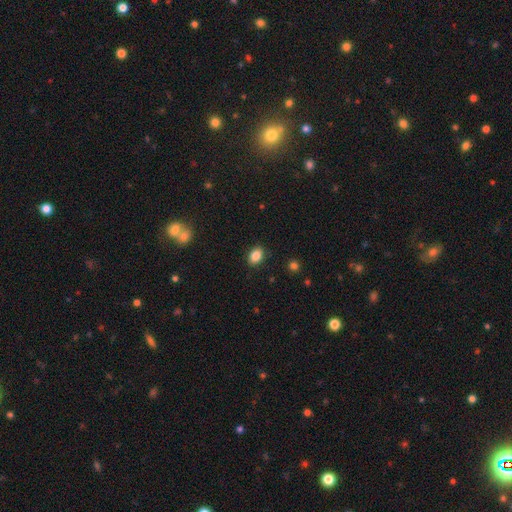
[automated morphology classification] This appears to be a smooth galaxy with no disk features (86%) that is in between round and cigar-shaped (78%). Merging: none (88%).